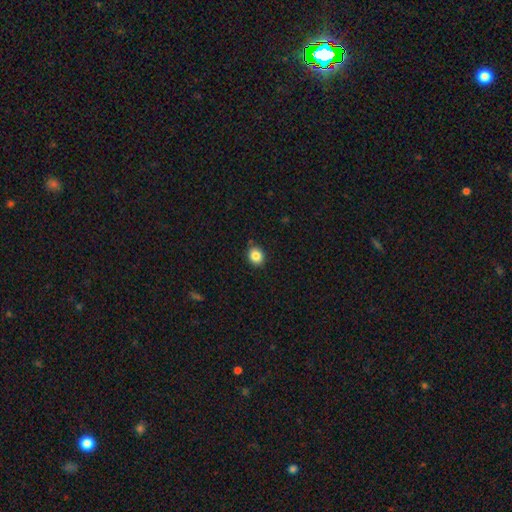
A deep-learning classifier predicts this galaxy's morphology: smooth-or-featured: smooth: 85% | star or artifact: 10% | featured or disk: 5%
  how-rounded: round: 62% | in between: 37% | cigar-shaped: 1%
  merging: none: 86% | minor disturbance: 10% | major disturbance: 2% | merger: 2%